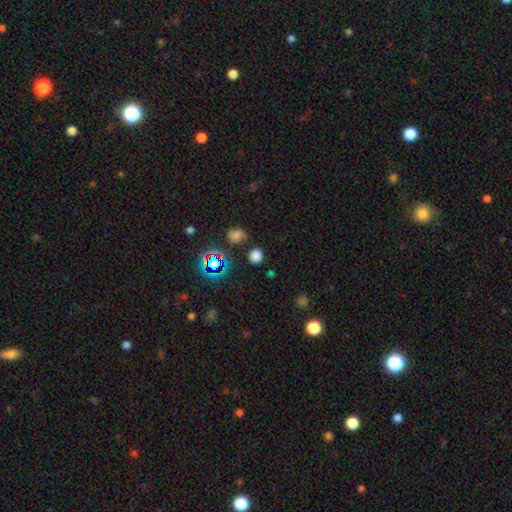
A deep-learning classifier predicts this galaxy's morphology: Smooth or featured?
  - smooth: 72% *
  - star or artifact: 23%
  - featured or disk: 6%
How rounded?
  - round: 84% *
  - in between: 15%
  - cigar-shaped: 1%
Merging?
  - none: 81% *
  - minor disturbance: 11%
  - merger: 5%
  - major disturbance: 4%